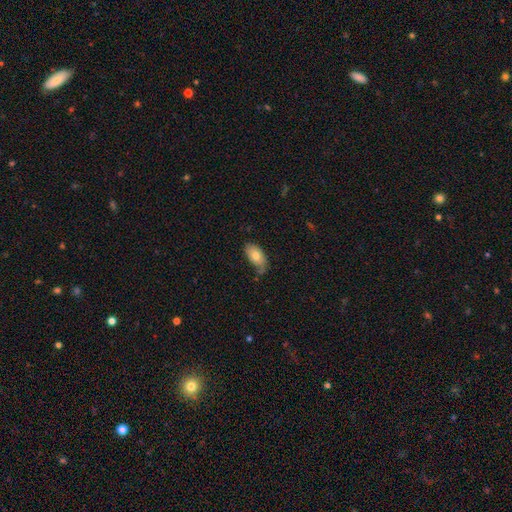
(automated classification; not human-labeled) This is likely a smooth galaxy (75%). How rounded: clearly in between (93%). Merging: possibly none (58%).